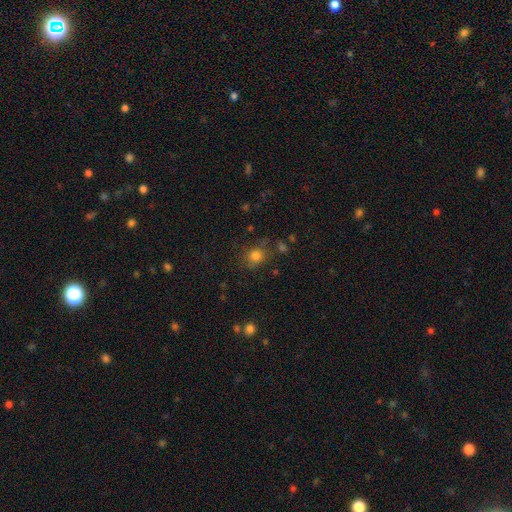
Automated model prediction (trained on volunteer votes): This is likely a smooth galaxy (77%). How rounded: likely round (74%). Merging: likely none (65%).